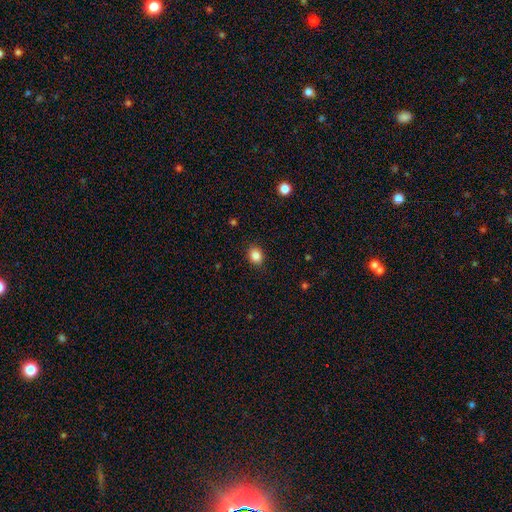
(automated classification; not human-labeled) The model was most divided on "how rounded": round: 54%, in between: 46%, cigar-shaped: 1%. More confident: merging — none (89%); smooth or featured — smooth (86%).